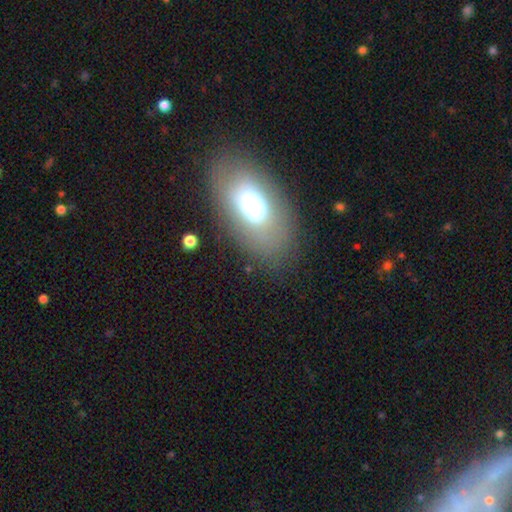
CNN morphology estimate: Smooth or featured? Predicted: smooth (p=0.62). How rounded? Predicted: in between (p=0.91). Merging? Predicted: none (p=0.80).